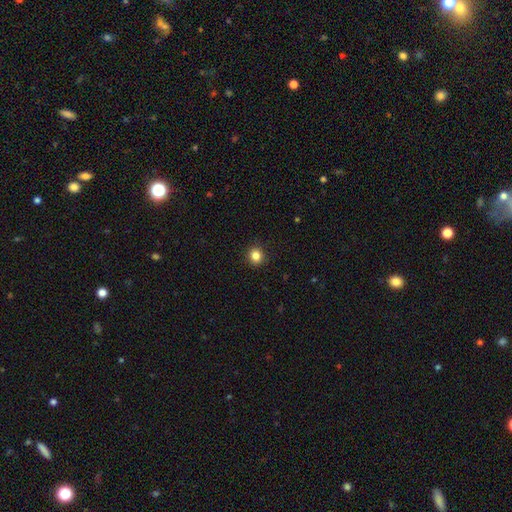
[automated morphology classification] This appears to be a smooth galaxy with no disk features (84%) that is round (87%). Merging: none (92%).